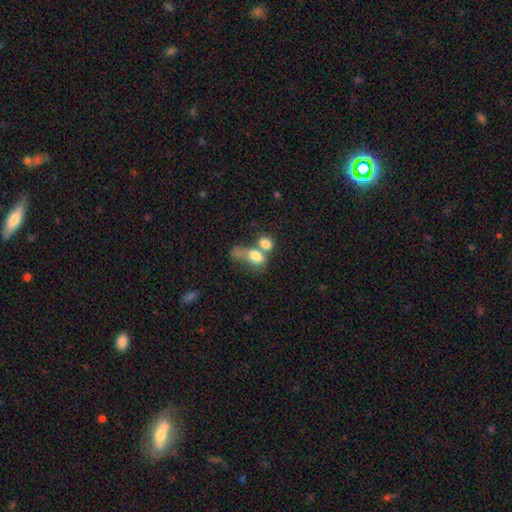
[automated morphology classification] smooth_or_featured: smooth (p=0.75) [alt: featured or disk p=0.16]
how_rounded: in between (p=0.80) [alt: round p=0.17]
merging: merger (p=0.62) [alt: none p=0.16]